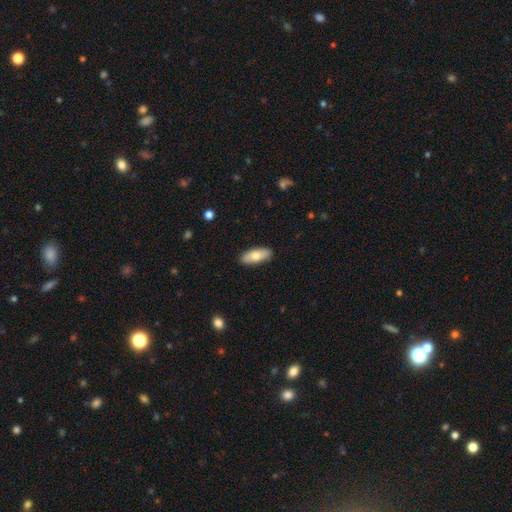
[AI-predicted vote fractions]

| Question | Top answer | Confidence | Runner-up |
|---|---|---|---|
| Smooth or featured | smooth | 72% | featured or disk (22%) |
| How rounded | in between | 79% | cigar-shaped (18%) |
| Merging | none | 90% | minor disturbance (8%) |